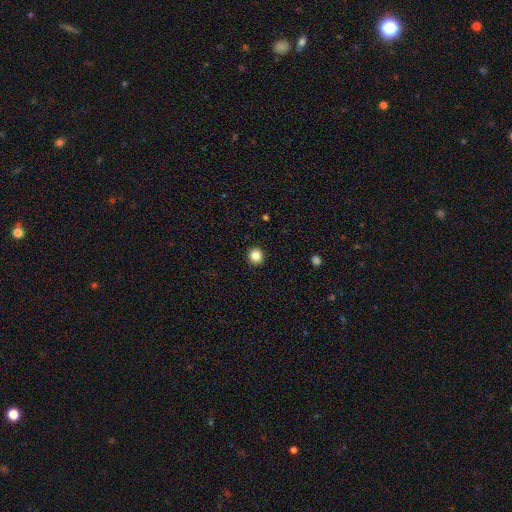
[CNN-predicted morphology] Smooth or featured: smooth — 85% (star or artifact — 11%)
How rounded: round — 94% (in between — 5%)
Merging: none — 93% (minor disturbance — 4%)